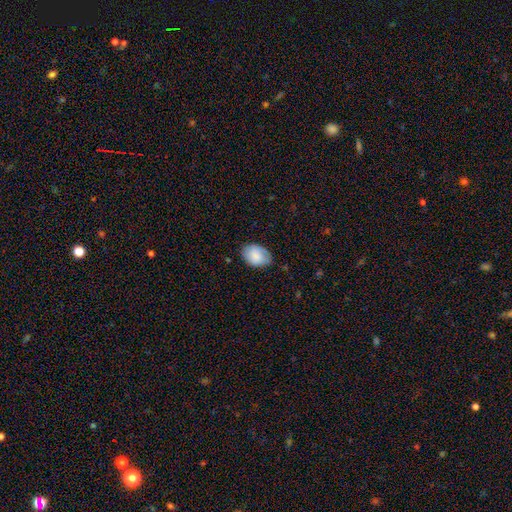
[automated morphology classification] A smooth galaxy with no disk features (82%) that is in between round and cigar-shaped (83%). Merging: none (75%).